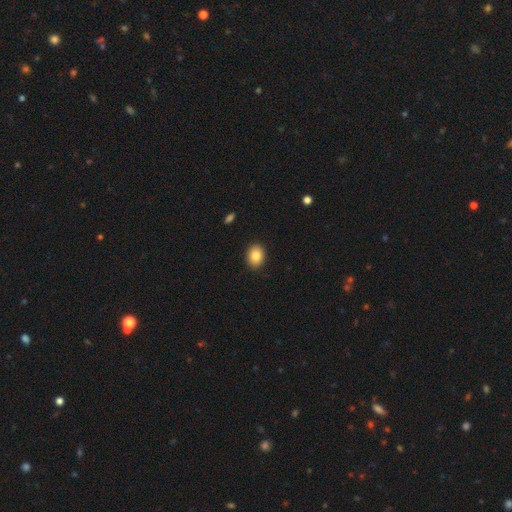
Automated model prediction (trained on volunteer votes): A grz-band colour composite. It shows a smooth galaxy with no disk features (86%) that is in between round and cigar-shaped (67%). Merging: none (89%).